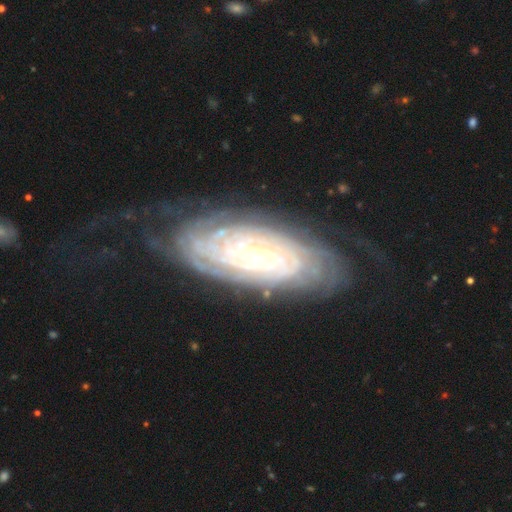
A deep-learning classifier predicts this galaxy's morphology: Smooth or featured?
  - featured or disk: 88% *
  - smooth: 6%
  - star or artifact: 5%
Edge-on disk?
  - no: 93% *
  - yes: 7%
Bar?
  - no: 52% *
  - weak: 32%
  - strong: 16%
Spiral arms?
  - yes: 97% *
  - no: 3%
Spiral winding?
  - tight: 86% *
  - medium: 11%
  - loose: 3%
Spiral arm count?
  - can't tell: 36% *
  - more than 4: 24%
  - 4: 15%
  - 2: 10%
  - 3: 9%
  - 1: 6%
Bulge size?
  - small: 71% *
  - moderate: 24%
  - large: 2%
  - none: 1%
  - dominant: 1%
Merging?
  - none: 74% *
  - minor disturbance: 17%
  - major disturbance: 8%
  - merger: 2%